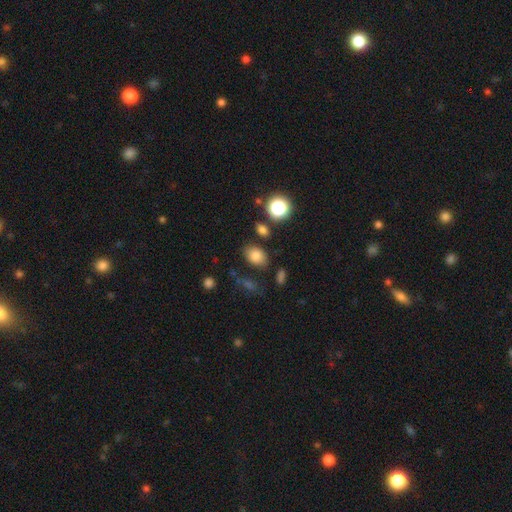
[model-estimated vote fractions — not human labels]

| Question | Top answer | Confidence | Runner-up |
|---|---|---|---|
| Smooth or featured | smooth | 80% | star or artifact (12%) |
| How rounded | in between | 78% | round (20%) |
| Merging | none | 79% | minor disturbance (12%) |